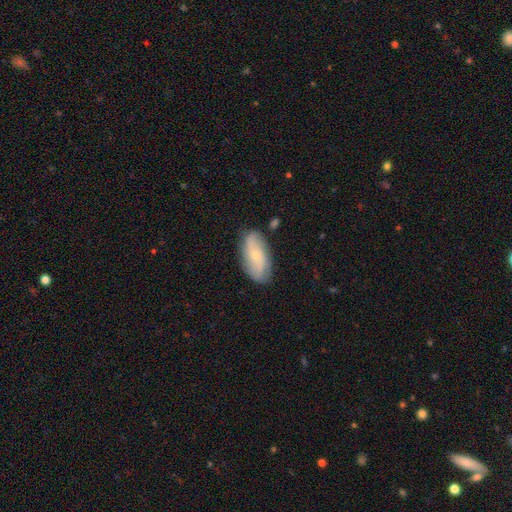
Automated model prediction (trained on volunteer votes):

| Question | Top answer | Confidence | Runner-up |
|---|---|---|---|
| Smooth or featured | featured or disk | 53% | smooth (40%) |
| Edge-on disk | no | 92% | yes (8%) |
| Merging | none | 76% | minor disturbance (18%) |